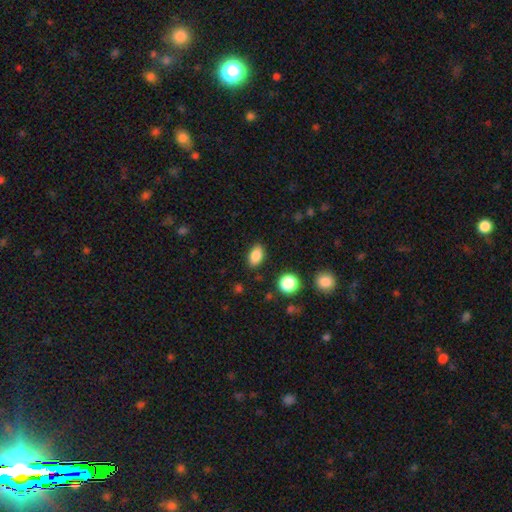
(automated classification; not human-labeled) This is clearly a smooth galaxy (85%). How rounded: clearly in between (87%). Merging: clearly none (87%).